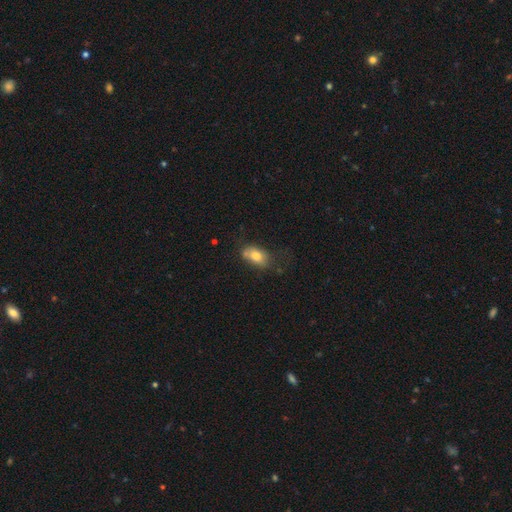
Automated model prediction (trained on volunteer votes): A smooth galaxy with no disk features (76%) that is in between round and cigar-shaped (86%). Merging: none (51%).